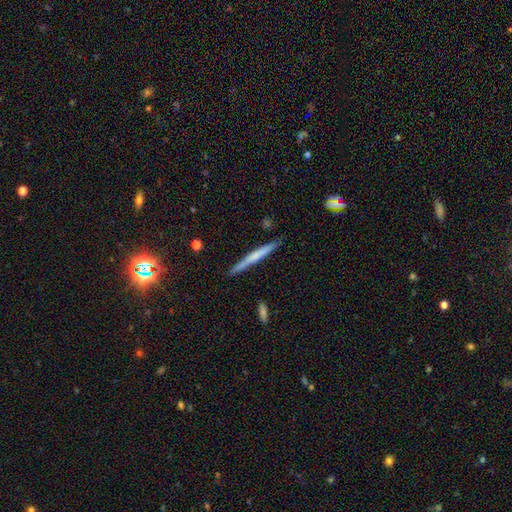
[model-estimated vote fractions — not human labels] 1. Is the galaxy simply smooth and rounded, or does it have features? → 50% smooth, 44% featured or disk, 6% star or artifact.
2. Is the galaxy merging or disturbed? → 88% none, 9% minor disturbance, 2% major disturbance, 1% merger.